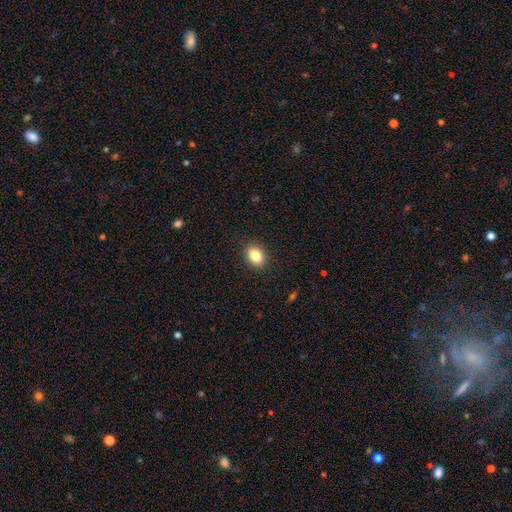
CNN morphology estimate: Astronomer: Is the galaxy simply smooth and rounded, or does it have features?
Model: smooth — 84%.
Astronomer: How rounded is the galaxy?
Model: in between — 76%.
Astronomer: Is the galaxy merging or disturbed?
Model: none — 88%.